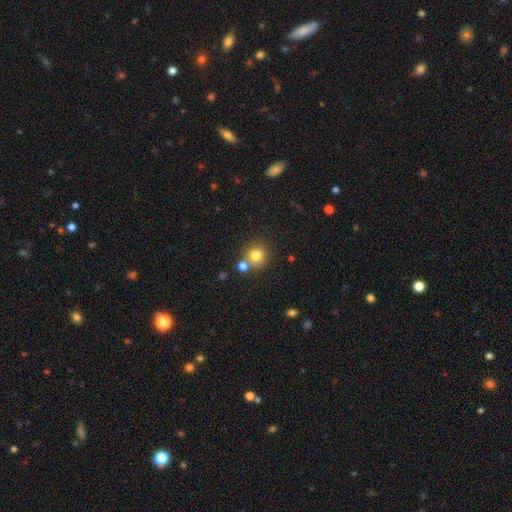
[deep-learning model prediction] smooth-or-featured: smooth: 79% | star or artifact: 13% | featured or disk: 9%
  how-rounded: round: 89% | in between: 10% | cigar-shaped: 1%
  merging: none: 67% | merger: 20% | minor disturbance: 10% | major disturbance: 3%